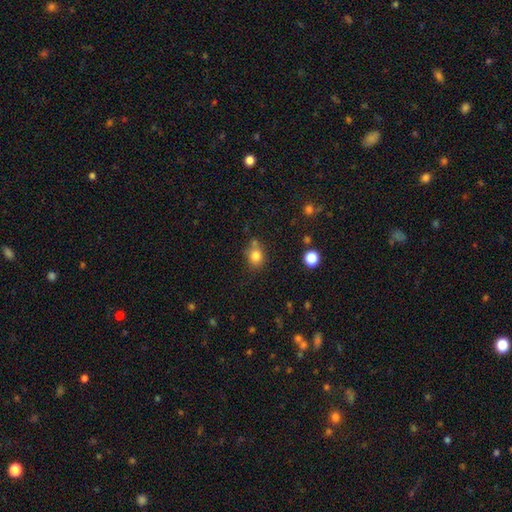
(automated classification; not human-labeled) Smooth or featured? smooth (81%)
How rounded? round (71%)
Merging? none (65%)